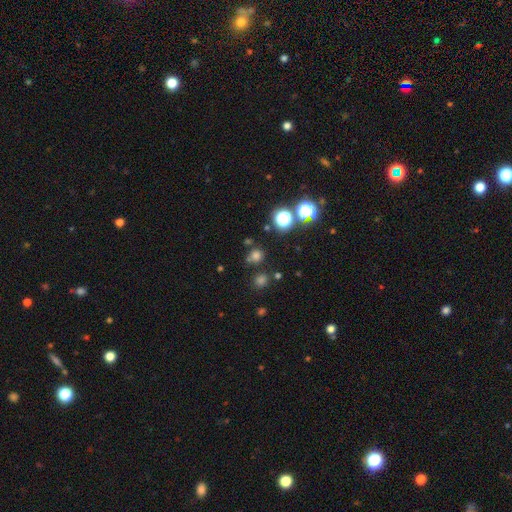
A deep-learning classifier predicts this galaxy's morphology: smooth 65%, star or artifact 29%, featured or disk 6%. Down the decision tree: how rounded — round (86%); merging — none (75%).